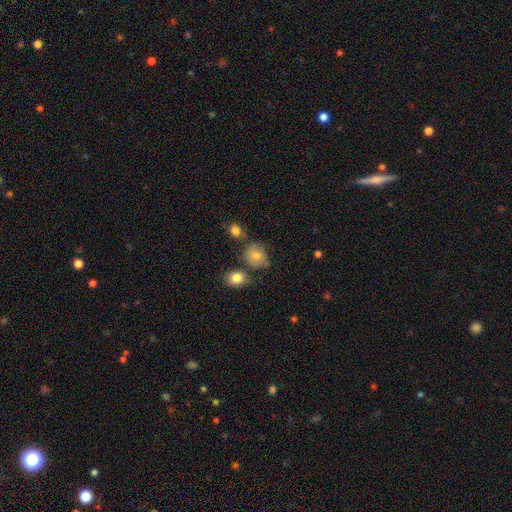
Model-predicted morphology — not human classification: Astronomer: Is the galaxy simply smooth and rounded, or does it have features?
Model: smooth — 77%.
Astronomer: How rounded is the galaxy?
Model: round — 69%.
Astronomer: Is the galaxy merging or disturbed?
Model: none — 61%.